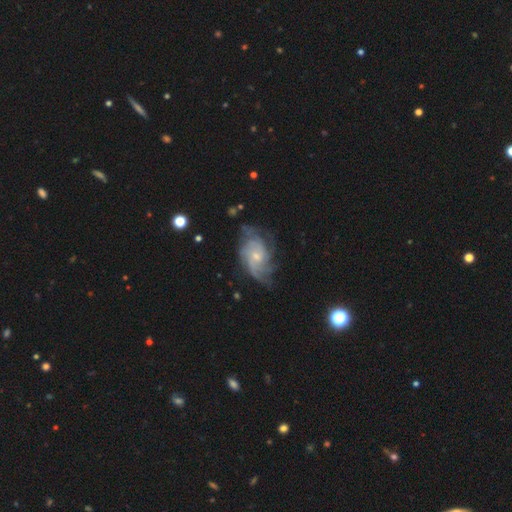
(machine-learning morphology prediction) The model was most divided on "spiral winding": medium: 41%, tight: 40%, loose: 19%. Remaining: edge-on disk — no (97%); spiral arms — yes (94%); smooth or featured — featured or disk (82%); bar — no (67%); merging — none (62%); bulge size — small (59%); spiral arm count — can't tell (31%).